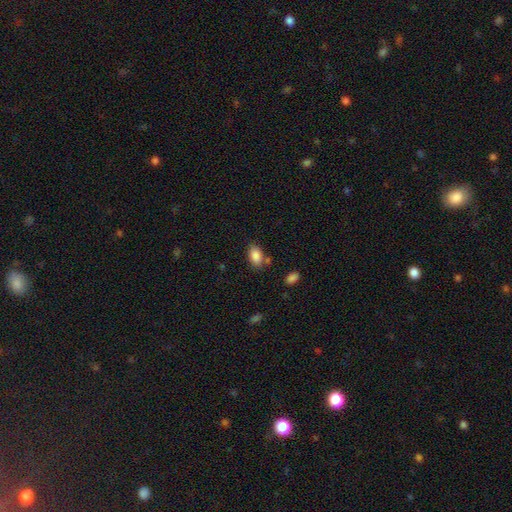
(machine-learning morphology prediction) A smooth galaxy with no disk features (87%) that is in between round and cigar-shaped (90%). Merging: none (72%).